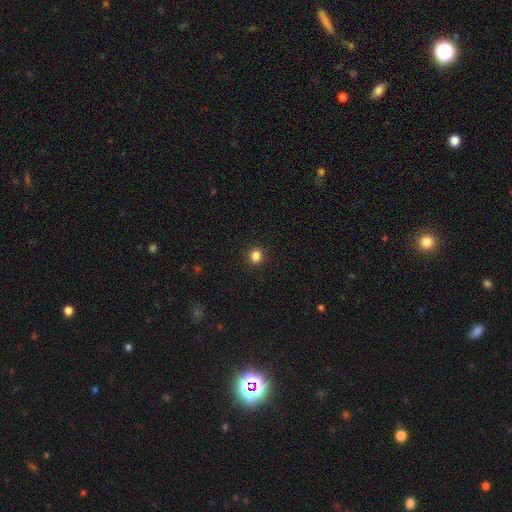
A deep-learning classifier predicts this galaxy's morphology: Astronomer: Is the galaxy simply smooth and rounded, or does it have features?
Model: smooth — 84%.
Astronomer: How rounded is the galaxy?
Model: round — 90%.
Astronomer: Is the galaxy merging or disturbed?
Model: none — 93%.